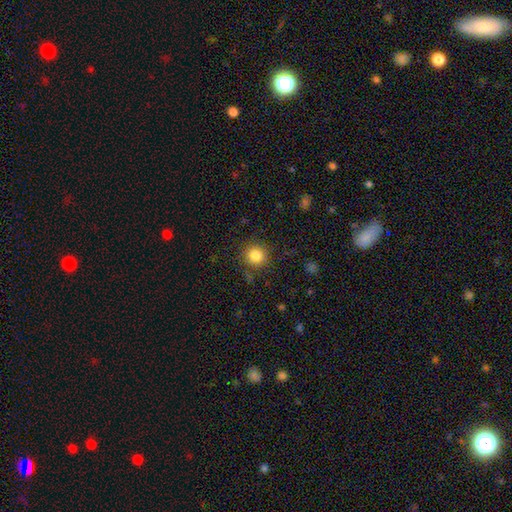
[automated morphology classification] Smooth or featured? smooth (84%)
How rounded? round (91%)
Merging? none (86%)